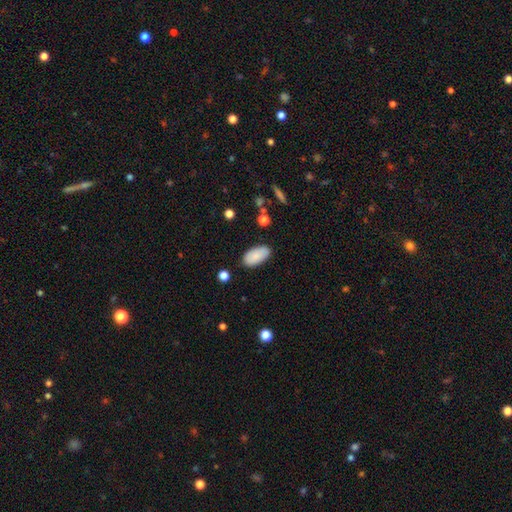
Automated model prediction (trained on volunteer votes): This is clearly a smooth galaxy (87%). How rounded: clearly in between (95%). Merging: clearly none (84%).